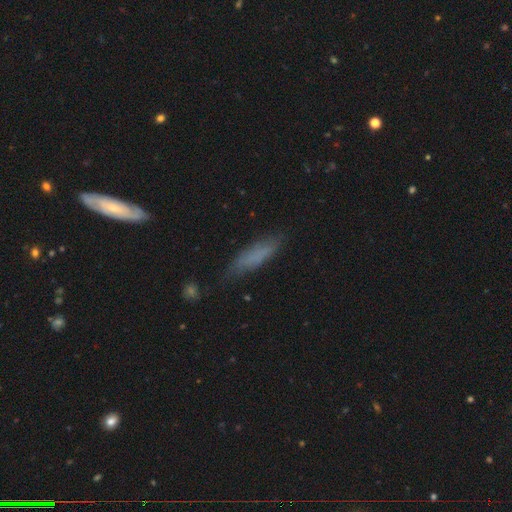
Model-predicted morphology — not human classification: This is likely a smooth galaxy (68%). How rounded: likely cigar-shaped (74%). Merging: likely none (74%).